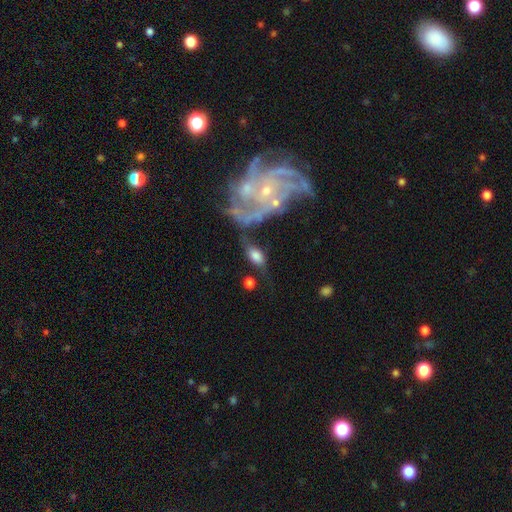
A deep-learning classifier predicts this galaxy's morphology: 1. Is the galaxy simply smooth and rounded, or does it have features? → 65% smooth, 27% featured or disk, 9% star or artifact.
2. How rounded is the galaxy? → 88% in between, 7% round, 5% cigar-shaped.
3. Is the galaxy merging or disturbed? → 43% none, 23% minor disturbance, 18% major disturbance, 17% merger.